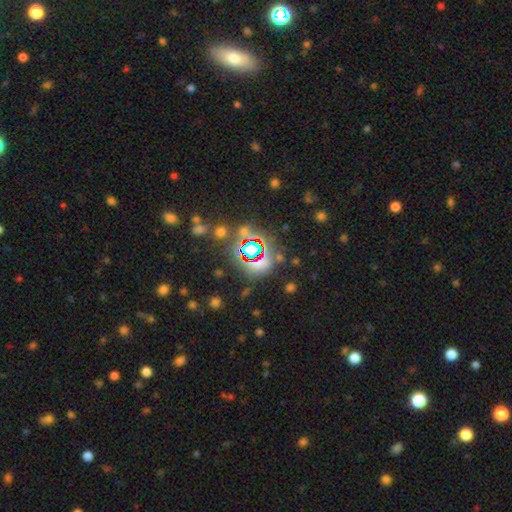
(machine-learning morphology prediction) Overall: star or artifact (73%).